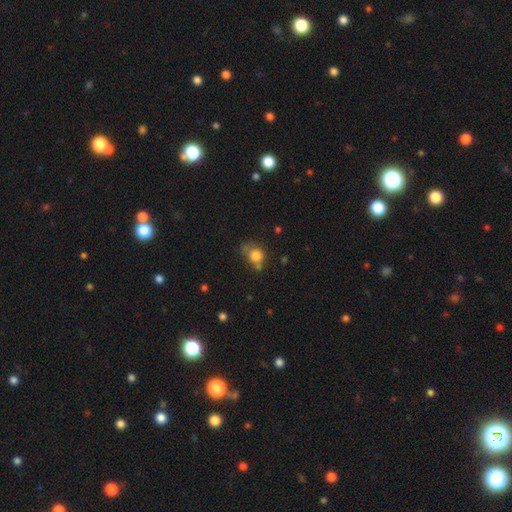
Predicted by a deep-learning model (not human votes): Smooth or featured?
  - smooth: 78% *
  - star or artifact: 12%
  - featured or disk: 10%
How rounded?
  - round: 72% *
  - in between: 26%
  - cigar-shaped: 1%
Merging?
  - none: 49% *
  - minor disturbance: 24%
  - merger: 16%
  - major disturbance: 11%